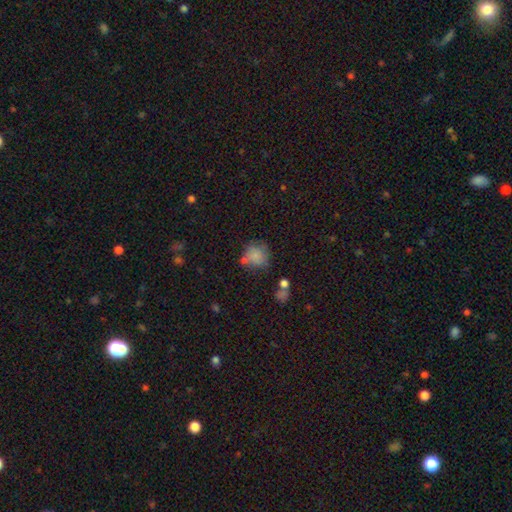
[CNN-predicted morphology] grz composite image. It shows a smooth galaxy with no disk features (77%) that is round (80%). Merging: none (52%).